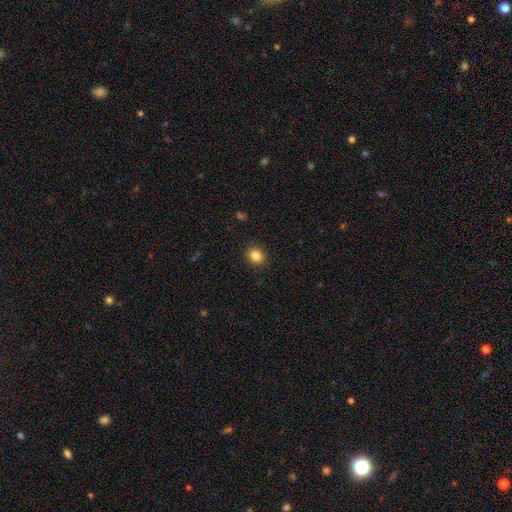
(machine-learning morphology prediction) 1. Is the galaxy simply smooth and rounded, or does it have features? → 85% smooth, 10% star or artifact, 5% featured or disk.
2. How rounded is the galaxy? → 77% round, 22% in between, 1% cigar-shaped.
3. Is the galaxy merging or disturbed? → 90% none, 7% minor disturbance, 2% major disturbance, 1% merger.